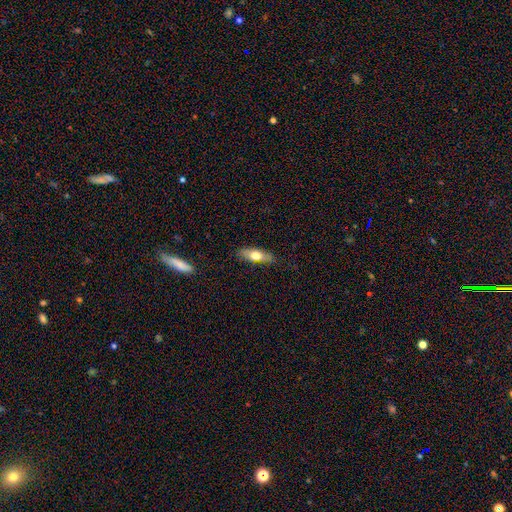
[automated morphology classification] The model was most divided on "how rounded": in between: 58%, cigar-shaped: 38%, round: 3%. More confident: merging — none (83%); smooth or featured — smooth (62%).